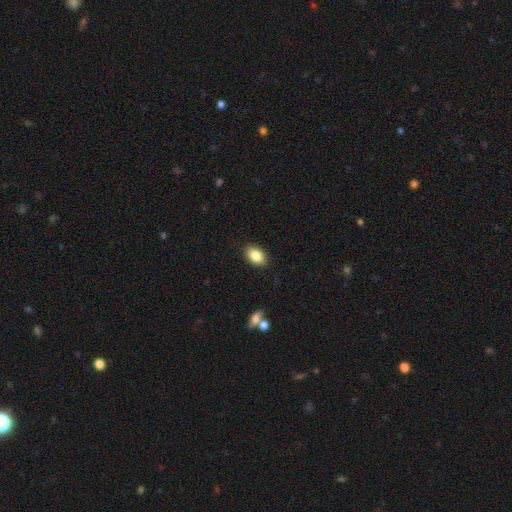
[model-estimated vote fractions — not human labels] This appears to be a smooth galaxy with no disk features (86%) that is in between round and cigar-shaped (90%). Merging: none (88%).